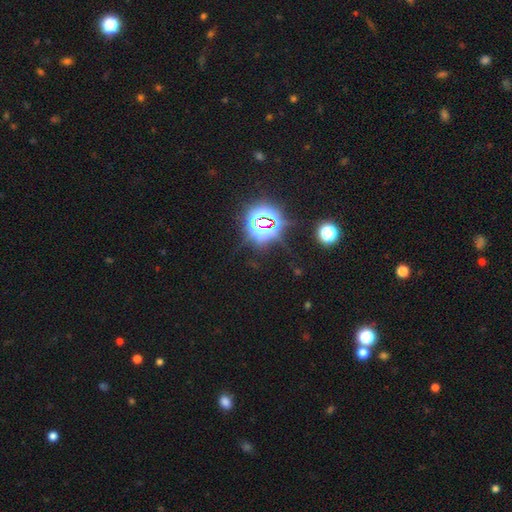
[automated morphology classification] Overall: star or artifact (81%).